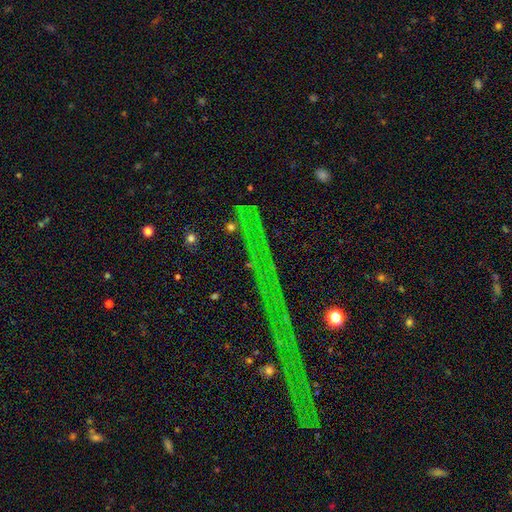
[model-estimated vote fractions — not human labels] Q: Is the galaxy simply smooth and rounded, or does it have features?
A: star or artifact — 82%.